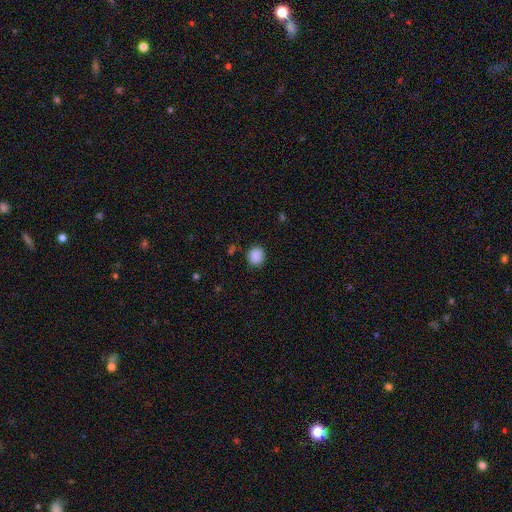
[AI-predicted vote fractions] Overall: smooth (88%). How rounded: round (80%). Merging: none (86%).